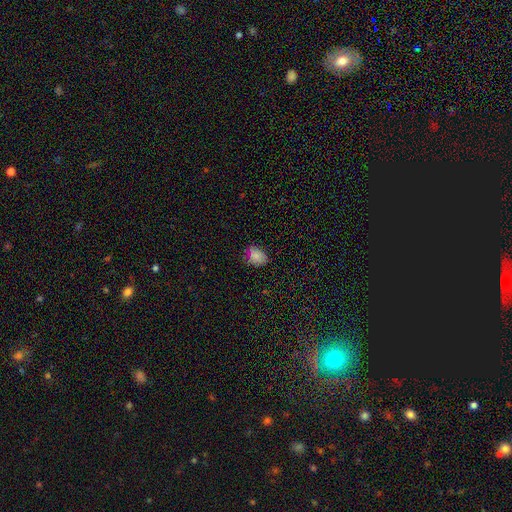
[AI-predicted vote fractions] Smooth or featured: smooth — 81% (star or artifact — 12%)
How rounded: in between — 63% (round — 36%)
Merging: none — 66% (minor disturbance — 27%)